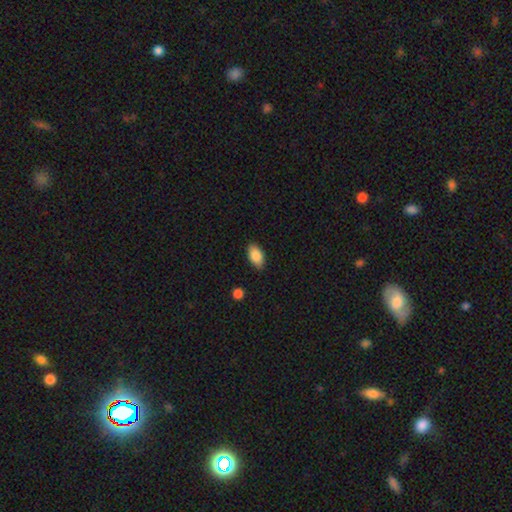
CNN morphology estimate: This is clearly a smooth galaxy (86%). How rounded: clearly in between (92%). Merging: clearly none (86%).